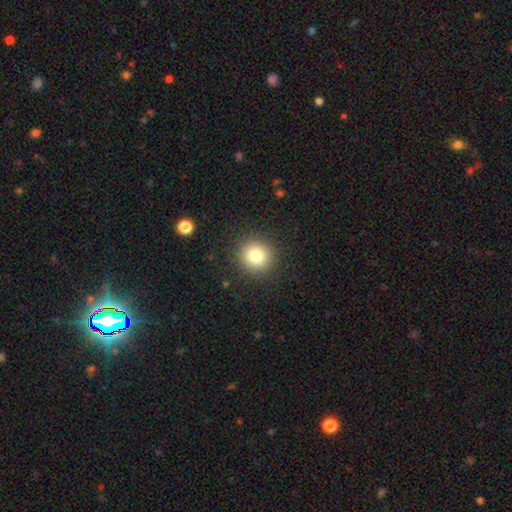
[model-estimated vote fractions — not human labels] Smooth or featured?
  - smooth: 80% *
  - star or artifact: 12%
  - featured or disk: 9%
How rounded?
  - round: 92% *
  - in between: 7%
  - cigar-shaped: 1%
Merging?
  - none: 91% *
  - minor disturbance: 6%
  - major disturbance: 2%
  - merger: 1%